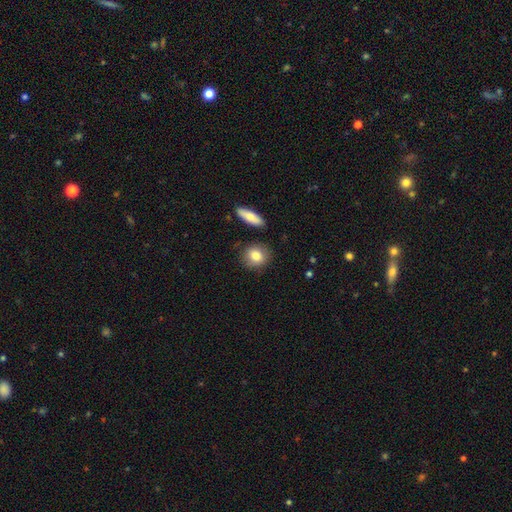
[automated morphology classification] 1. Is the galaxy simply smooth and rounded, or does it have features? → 82% smooth, 11% featured or disk, 7% star or artifact.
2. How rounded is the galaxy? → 73% round, 25% in between, 2% cigar-shaped.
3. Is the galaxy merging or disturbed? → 83% none, 11% minor disturbance, 4% merger, 3% major disturbance.